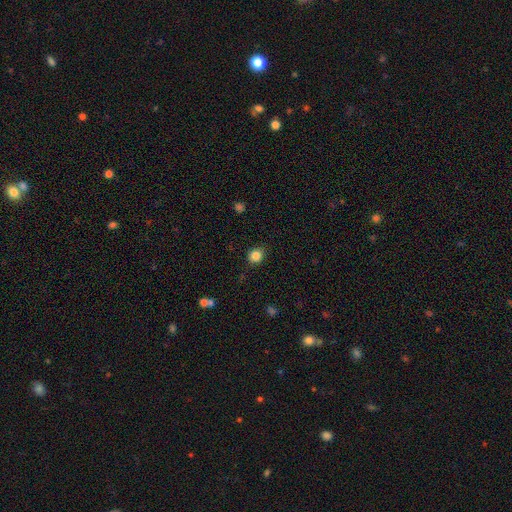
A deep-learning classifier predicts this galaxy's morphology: Smooth or featured? Predicted: smooth (p=0.85). How rounded? Predicted: round (p=0.80). Merging? Predicted: none (p=0.85).